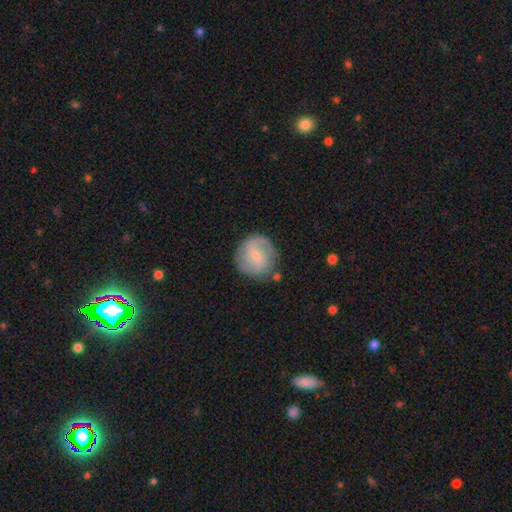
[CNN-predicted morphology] Smooth or featured: featured or disk — 69% (smooth — 25%)
Edge-on disk: no — 98% (yes — 2%)
Bar: weak — 55% (no — 31%)
Spiral arms: yes — 92% (no — 8%)
Spiral winding: medium — 47% (tight — 35%)
Spiral arm count: 2 — 70% (can't tell — 14%)
Bulge size: small — 68% (moderate — 21%)
Merging: none — 76% (minor disturbance — 16%)